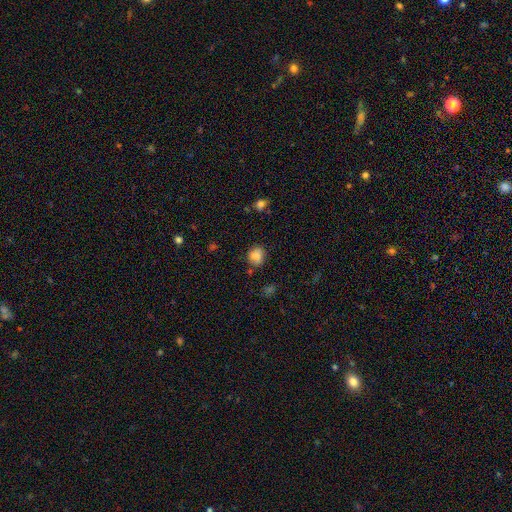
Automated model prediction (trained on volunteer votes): This appears to be a smooth galaxy with no disk features (77%) that is round (62%). Merging: none (62%).